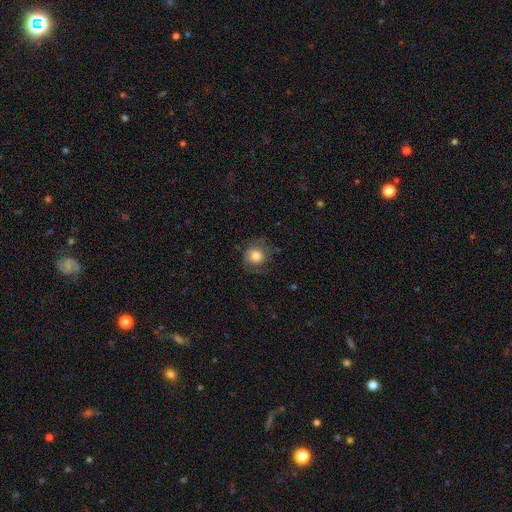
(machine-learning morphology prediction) smooth-or-featured: smooth: 72% | featured or disk: 19% | star or artifact: 9%
  how-rounded: round: 85% | in between: 15% | cigar-shaped: 1%
  merging: none: 65% | minor disturbance: 21% | major disturbance: 13% | merger: 1%